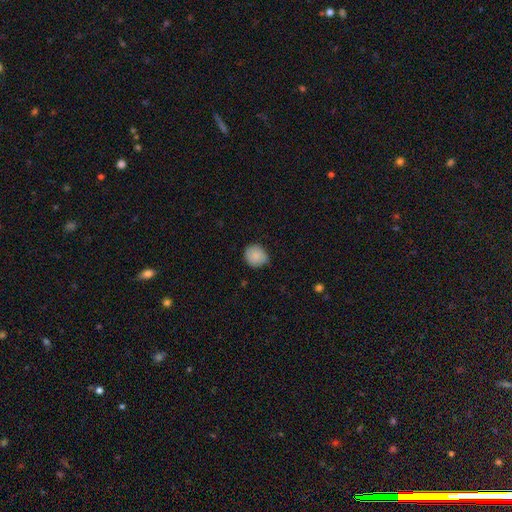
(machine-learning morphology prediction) This is clearly a smooth galaxy (85%). How rounded: likely round (80%). Merging: likely none (69%).